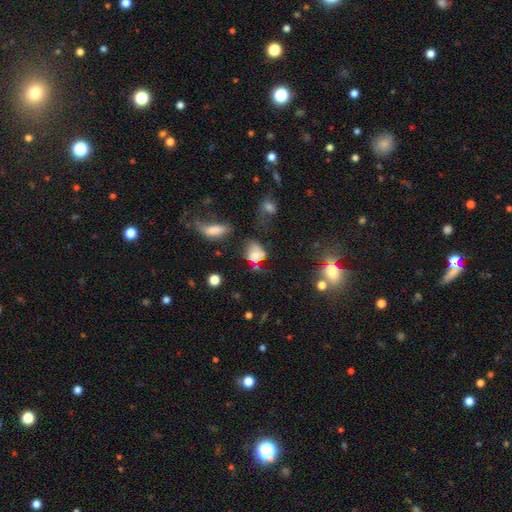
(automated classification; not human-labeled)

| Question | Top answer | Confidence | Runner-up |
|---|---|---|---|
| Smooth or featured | smooth | 57% | featured or disk (25%) |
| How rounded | in between | 56% | round (42%) |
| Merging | none | 30% | major disturbance (26%) |